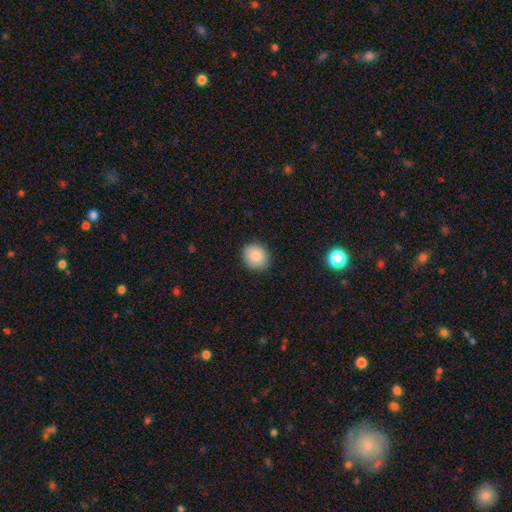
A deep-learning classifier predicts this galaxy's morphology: Q: Smooth or featured?
A: smooth (87%); runner-up: star or artifact (8%)
Q: How rounded?
A: round (78%); runner-up: in between (21%)
Q: Merging?
A: none (88%); runner-up: minor disturbance (9%)